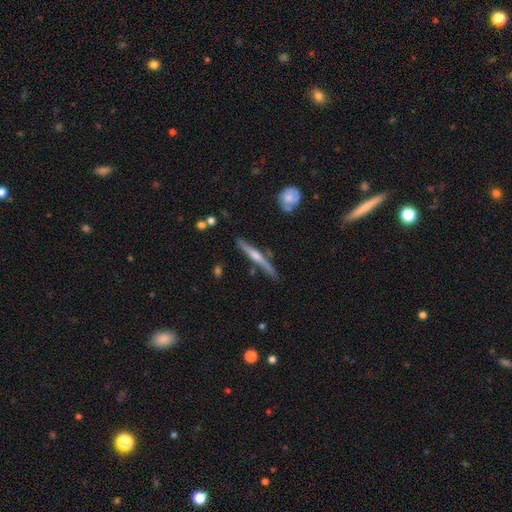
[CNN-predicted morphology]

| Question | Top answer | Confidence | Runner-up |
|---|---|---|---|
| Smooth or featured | featured or disk | 72% | smooth (22%) |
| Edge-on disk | yes | 97% | no (3%) |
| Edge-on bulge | rounded | 75% | none (16%) |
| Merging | none | 82% | minor disturbance (12%) |